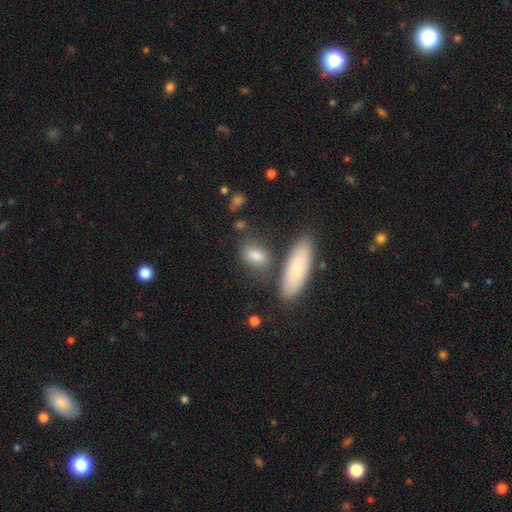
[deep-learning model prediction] Smooth or featured?
  - smooth: 79% *
  - featured or disk: 12%
  - star or artifact: 9%
How rounded?
  - in between: 66% *
  - cigar-shaped: 18%
  - round: 16%
Merging?
  - none: 68% *
  - minor disturbance: 14%
  - merger: 13%
  - major disturbance: 5%